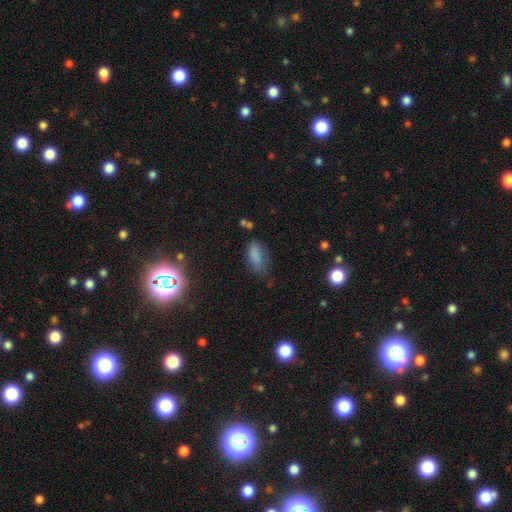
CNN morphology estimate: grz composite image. It shows a smooth galaxy with no disk features (82%) that is in between round and cigar-shaped (89%). Merging: none (48%).